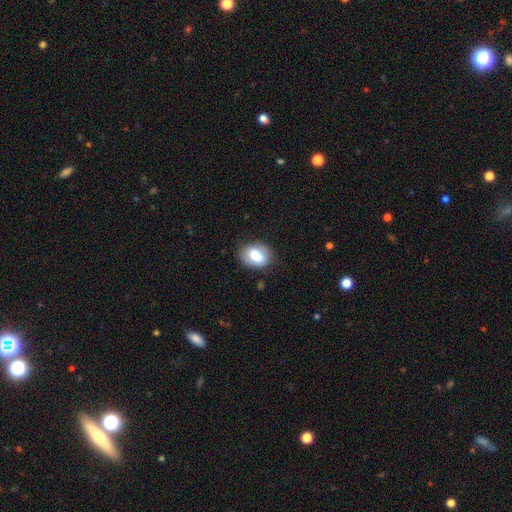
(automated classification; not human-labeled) The model was most divided on "how rounded": in between: 69%, round: 30%, cigar-shaped: 1%. More confident: smooth or featured — smooth (80%); merging — none (78%).